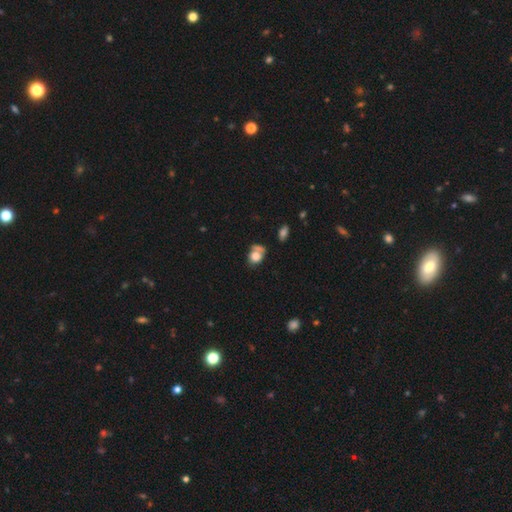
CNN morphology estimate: smooth-or-featured: smooth: 74% | featured or disk: 15% | star or artifact: 11%
  how-rounded: in between: 53% | round: 46% | cigar-shaped: 2%
  merging: none: 41% | merger: 24% | minor disturbance: 21% | major disturbance: 13%